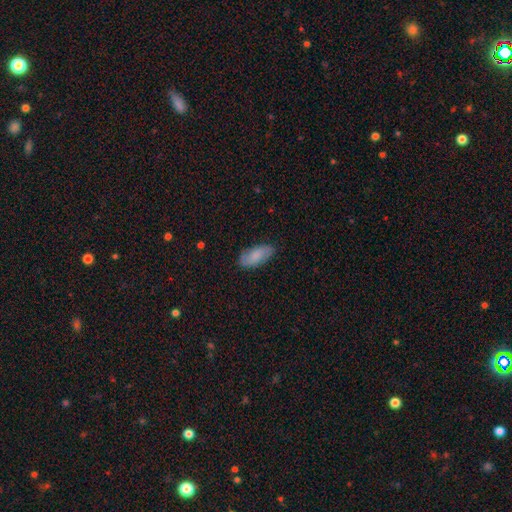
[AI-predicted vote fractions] This is likely a smooth galaxy (75%). How rounded: clearly in between (89%). Merging: clearly none (80%).